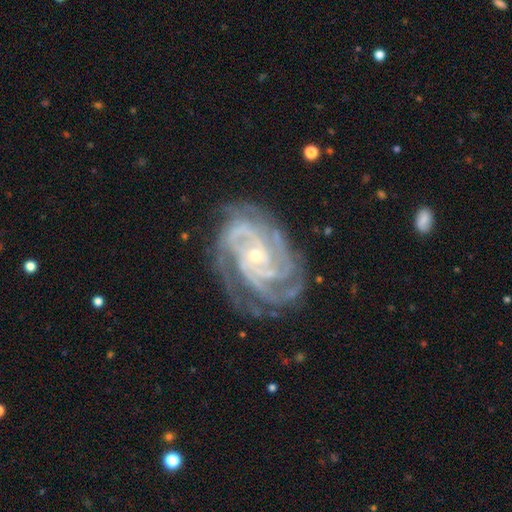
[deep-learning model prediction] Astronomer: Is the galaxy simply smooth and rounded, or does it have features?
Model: featured or disk — 92%.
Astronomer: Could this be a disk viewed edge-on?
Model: no — 97%.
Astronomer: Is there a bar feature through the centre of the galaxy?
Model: no — 62%.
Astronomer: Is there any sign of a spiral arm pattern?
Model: yes — 99%.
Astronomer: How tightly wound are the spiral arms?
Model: tight — 70%.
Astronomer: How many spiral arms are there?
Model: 4 — 30% (runner-up: 3, 29%).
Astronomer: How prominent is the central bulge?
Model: small — 68%.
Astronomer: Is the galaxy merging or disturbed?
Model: none — 75%.